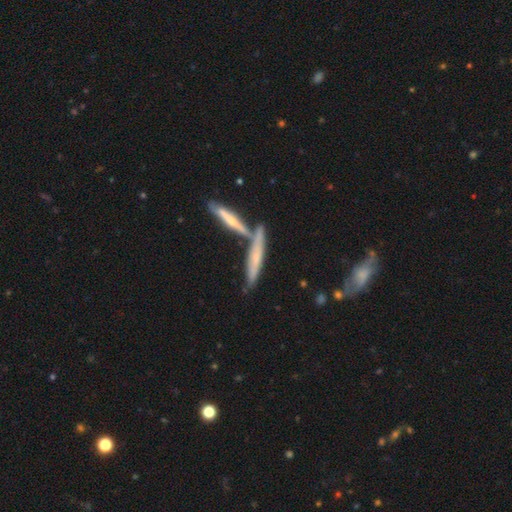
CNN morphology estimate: Overall: featured or disk (52%; smooth 39%). Edge-on disk: yes (89%). Merging: none (55%; merger 30%).